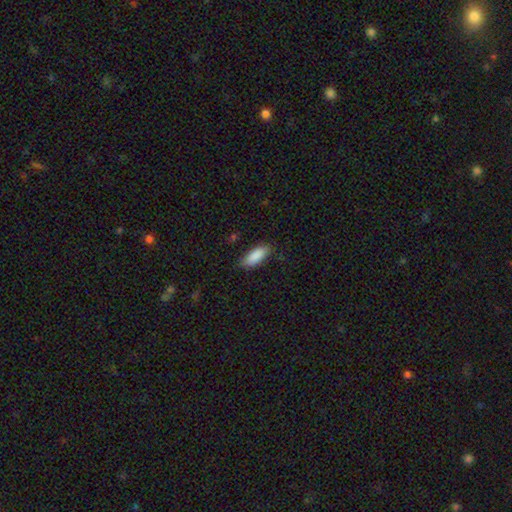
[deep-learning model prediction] smooth 88%, star or artifact 6%, featured or disk 5%. Down the decision tree: how rounded — in between (74%); merging — none (80%).